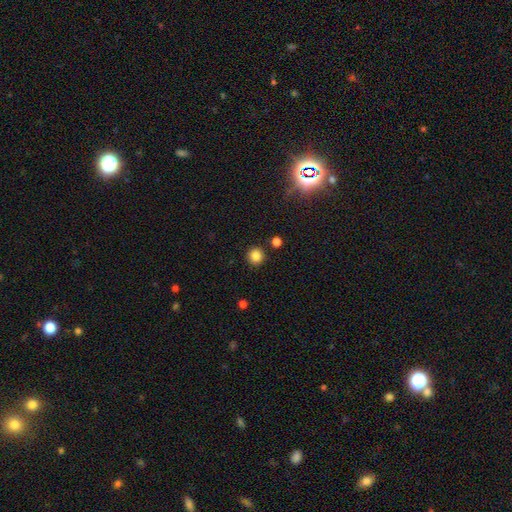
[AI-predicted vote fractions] smooth 84%, star or artifact 12%, featured or disk 4%. Down the decision tree: how rounded — round (94%); merging — none (90%).